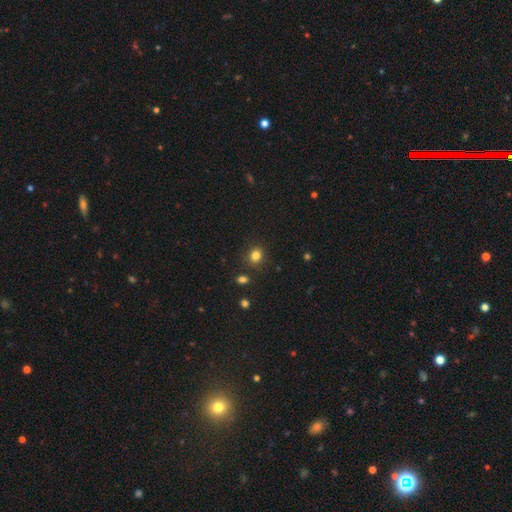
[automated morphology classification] smooth-or-featured: smooth: 81% | star or artifact: 13% | featured or disk: 5%
  how-rounded: round: 75% | in between: 24% | cigar-shaped: 1%
  merging: none: 85% | minor disturbance: 9% | merger: 3% | major disturbance: 3%